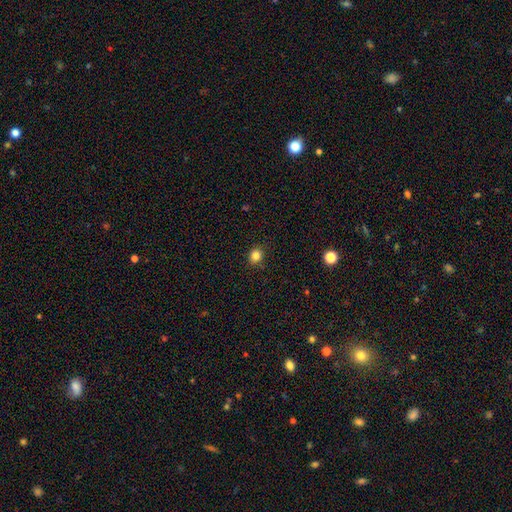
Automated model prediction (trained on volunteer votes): Morphology: type=smooth (83%); roundness=round (74%); merging=none (88%).